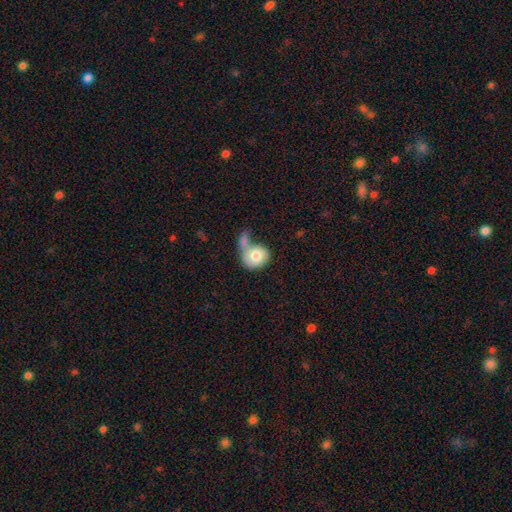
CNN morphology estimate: Smooth or featured? smooth (73%)
How rounded? round (75%)
Merging? merger (45%)